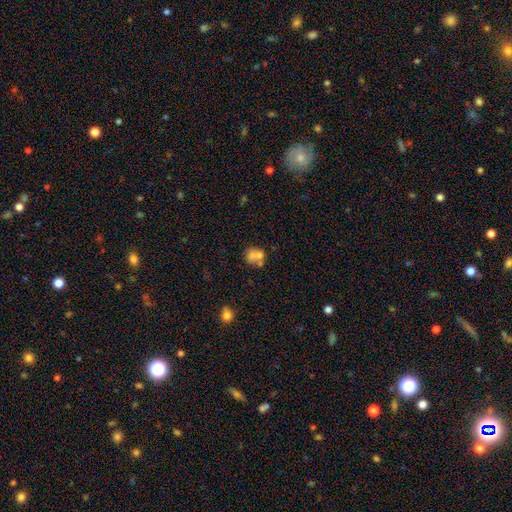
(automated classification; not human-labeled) Smooth or featured: smooth — 64% (featured or disk — 23%)
How rounded: round — 61% (in between — 38%)
Merging: merger — 39% (none — 38%)